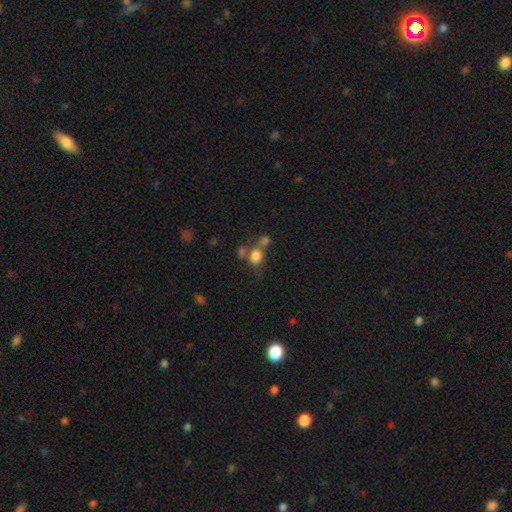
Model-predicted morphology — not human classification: Smooth or featured? Predicted: smooth (p=0.77). How rounded? Predicted: in between (p=0.54). Merging? Predicted: merger (p=0.41).